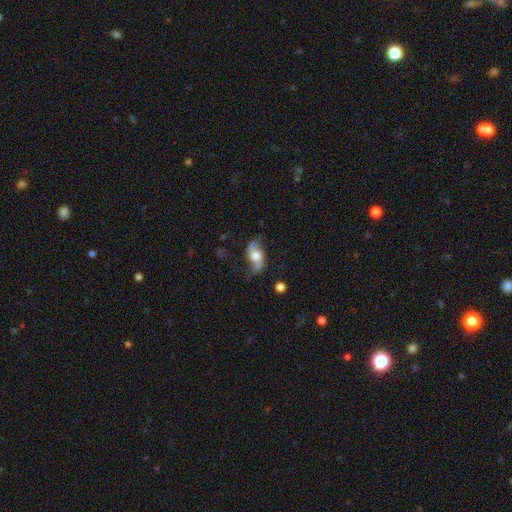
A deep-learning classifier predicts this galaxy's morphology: Smooth or featured: featured or disk — 71% (smooth — 22%)
Edge-on disk: no — 93% (yes — 7%)
Bar: no — 66% (weak — 26%)
Spiral arms: yes — 90% (no — 10%)
Spiral winding: loose — 80% (medium — 16%)
Spiral arm count: 2 — 92% (1 — 3%)
Bulge size: moderate — 55% (large — 30%)
Merging: none — 63% (minor disturbance — 22%)